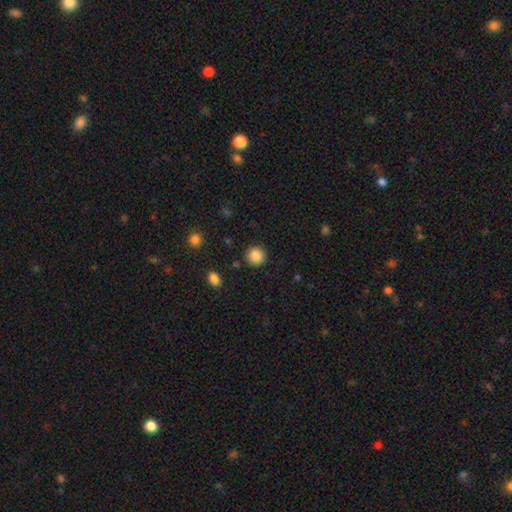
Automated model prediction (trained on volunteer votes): Smooth or featured?
  - smooth: 86% *
  - star or artifact: 9%
  - featured or disk: 4%
How rounded?
  - round: 93% *
  - in between: 7%
  - cigar-shaped: 1%
Merging?
  - none: 90% *
  - minor disturbance: 6%
  - major disturbance: 2%
  - merger: 2%